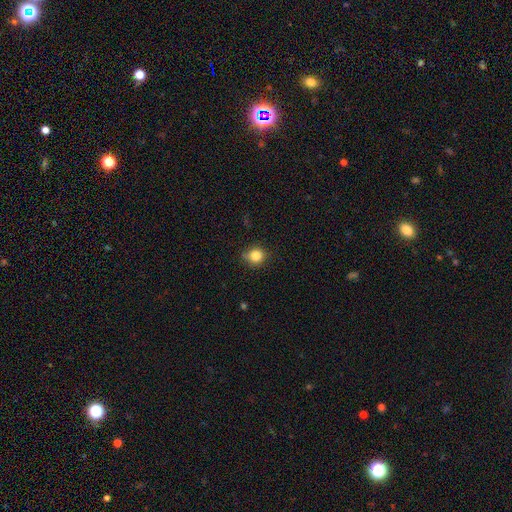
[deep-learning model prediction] A smooth galaxy with no disk features (83%) that is round (83%).

Vote fractions:
- Smooth or featured? smooth: 83% / star or artifact: 11% / featured or disk: 6%
- How rounded? round: 83% / in between: 16% / cigar-shaped: 1%
- Merging? none: 79% / minor disturbance: 17% / major disturbance: 3% / merger: 1%